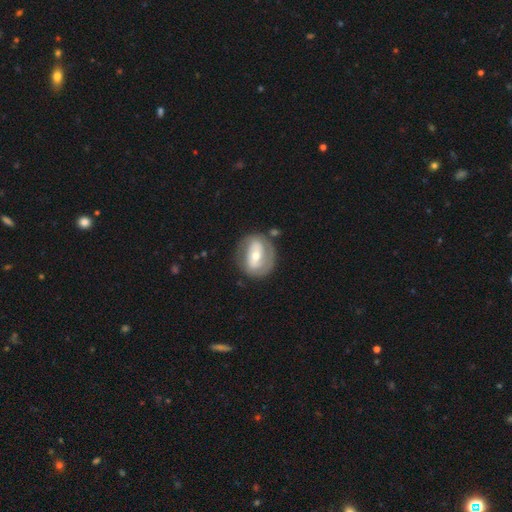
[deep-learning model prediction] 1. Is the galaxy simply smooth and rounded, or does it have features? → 66% featured or disk, 28% smooth, 6% star or artifact.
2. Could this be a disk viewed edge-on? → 95% no, 5% yes.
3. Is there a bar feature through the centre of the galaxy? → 38% strong, 32% weak, 30% no.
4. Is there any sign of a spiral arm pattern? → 60% yes, 40% no.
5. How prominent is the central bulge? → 61% moderate, 32% small, 6% large, 1% dominant, 1% none.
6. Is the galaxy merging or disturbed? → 72% none, 16% minor disturbance, 8% major disturbance, 4% merger.